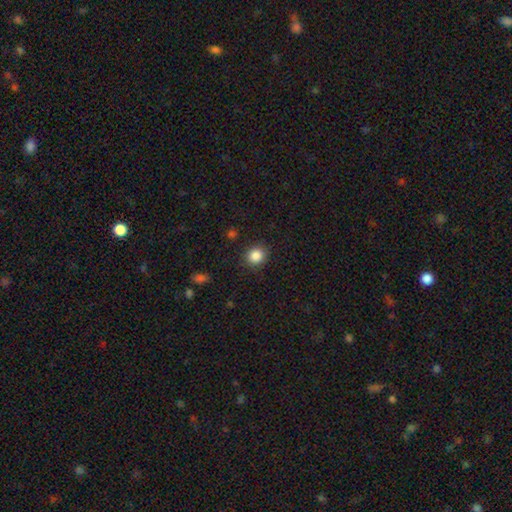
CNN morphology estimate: smooth_or_featured: smooth (p=0.86) [alt: star or artifact p=0.10]
how_rounded: round (p=0.84) [alt: in between p=0.15]
merging: none (p=0.88) [alt: minor disturbance p=0.08]